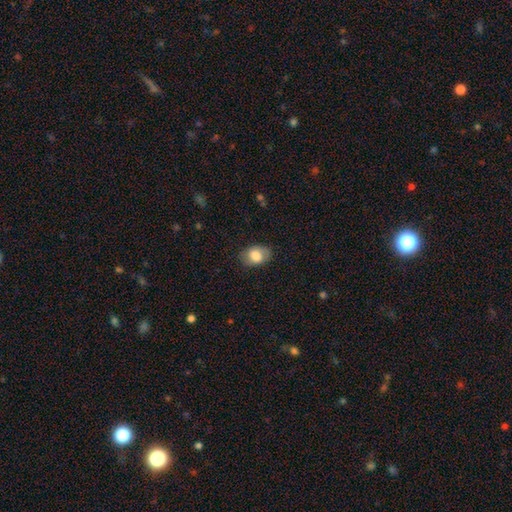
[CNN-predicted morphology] This appears to be a smooth galaxy with no disk features (79%) that is in between round and cigar-shaped (82%). Merging: none (81%).